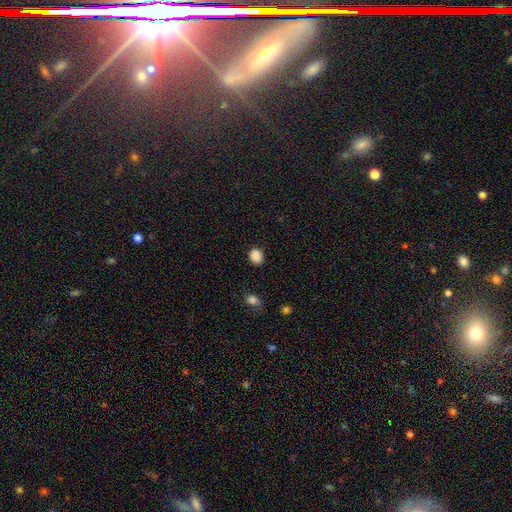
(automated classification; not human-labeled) A smooth galaxy with no disk features (88%) that is round (65%). Merging: none (87%).